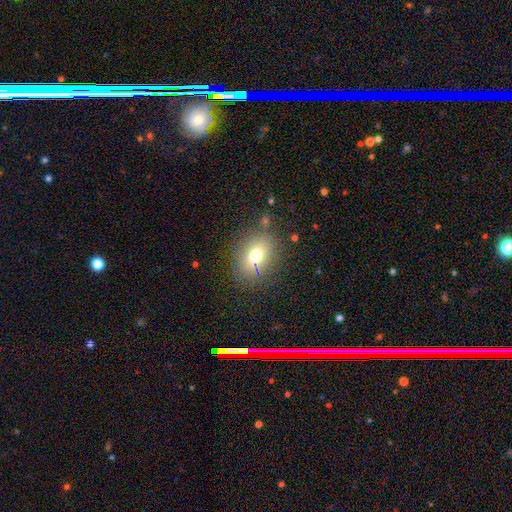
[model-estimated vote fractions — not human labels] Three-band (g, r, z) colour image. It shows a smooth galaxy with no disk features (68%) that is in between round and cigar-shaped (57%). Merging: none (79%).